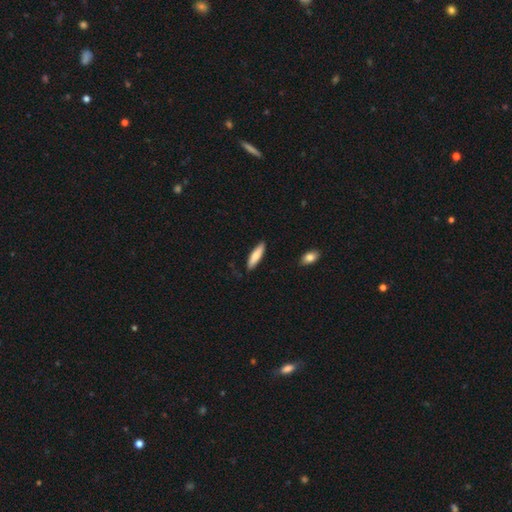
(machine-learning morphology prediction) Smooth or featured?
  - smooth: 78% *
  - featured or disk: 16%
  - star or artifact: 5%
How rounded?
  - cigar-shaped: 66% *
  - in between: 32%
  - round: 1%
Merging?
  - none: 87% *
  - minor disturbance: 10%
  - major disturbance: 2%
  - merger: 1%